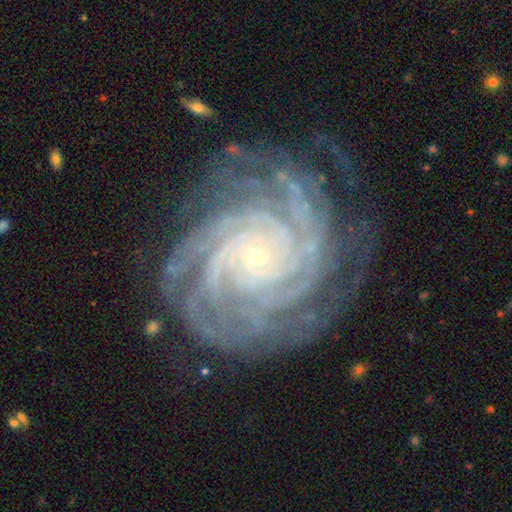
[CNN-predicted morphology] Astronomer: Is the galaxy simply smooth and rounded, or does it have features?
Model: featured or disk — 92%.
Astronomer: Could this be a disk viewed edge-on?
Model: no — 98%.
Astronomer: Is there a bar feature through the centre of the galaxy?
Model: no — 77%.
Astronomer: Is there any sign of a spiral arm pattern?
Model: yes — 99%.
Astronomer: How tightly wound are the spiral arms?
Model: tight — 85%.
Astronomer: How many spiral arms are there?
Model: more than 4 — 32% (runner-up: 4, 25%).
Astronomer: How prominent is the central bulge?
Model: small — 89%.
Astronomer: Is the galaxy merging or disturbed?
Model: none — 77%.